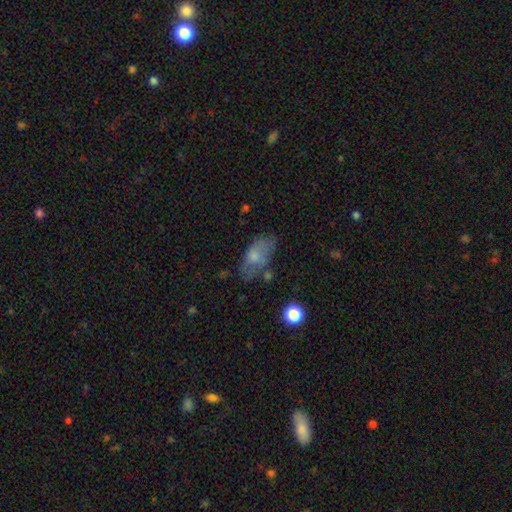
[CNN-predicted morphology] Smooth or featured: smooth — 65% (featured or disk — 25%)
How rounded: in between — 89% (round — 6%)
Merging: none — 45% (minor disturbance — 29%)